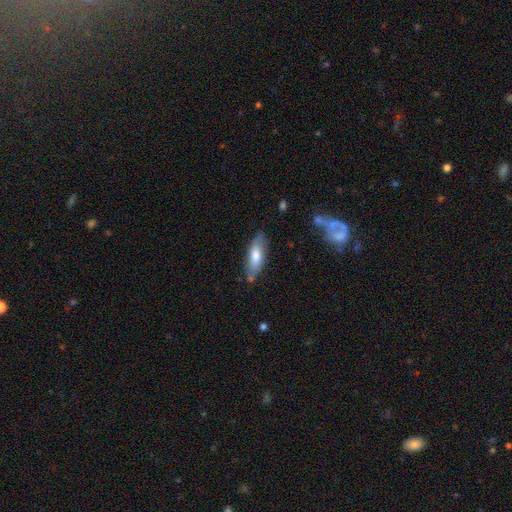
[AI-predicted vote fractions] Smooth or featured? smooth (70%)
How rounded? in between (66%)
Merging? none (74%)